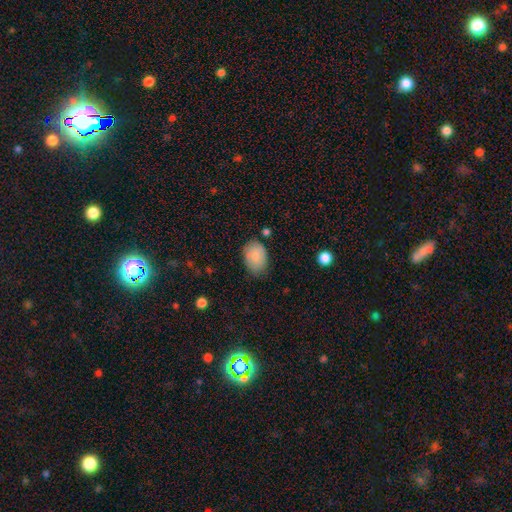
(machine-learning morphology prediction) A smooth galaxy with no disk features (85%) that is in between round and cigar-shaped (82%). Merging: none (71%).